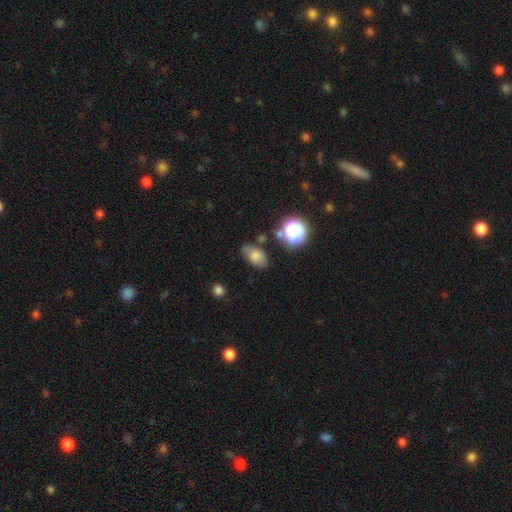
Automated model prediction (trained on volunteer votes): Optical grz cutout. It shows a smooth galaxy with no disk features (71%) that is in between round and cigar-shaped (86%). Merging: none (65%).